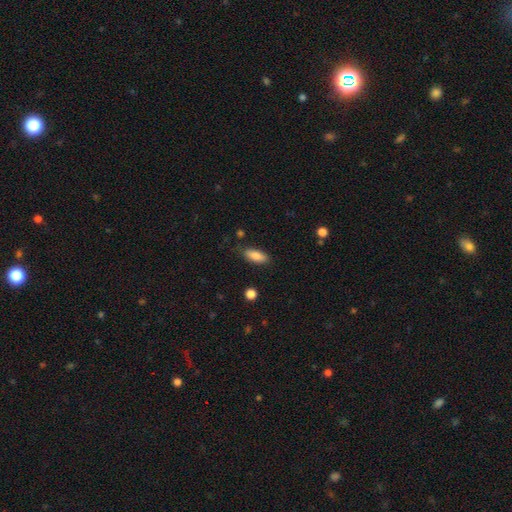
Q: Smooth or featured?
A: smooth (80%); runner-up: featured or disk (10%)
Q: How rounded?
A: in between (88%); runner-up: cigar-shaped (9%)
Q: Merging?
A: none (67%); runner-up: minor disturbance (19%)